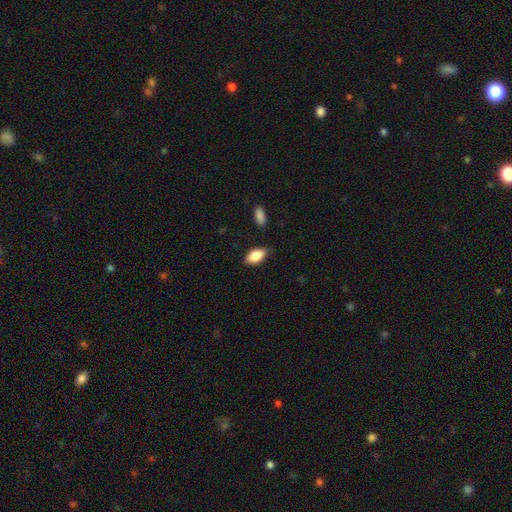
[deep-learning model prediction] A smooth galaxy with no disk features (83%) that is in between round and cigar-shaped (91%). Merging: none (78%).